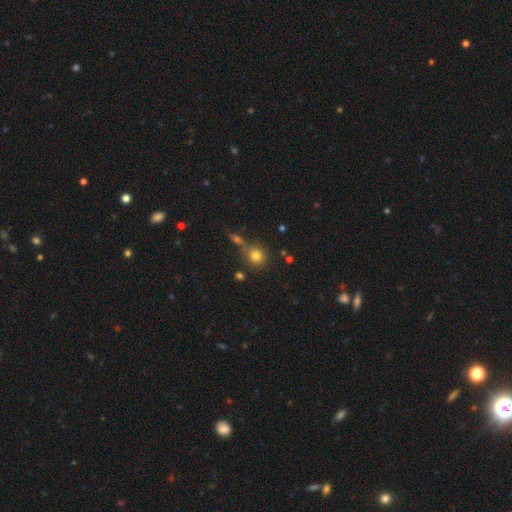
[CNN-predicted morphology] This is likely a smooth galaxy (78%). How rounded: clearly round (87%). Merging: likely none (69%).